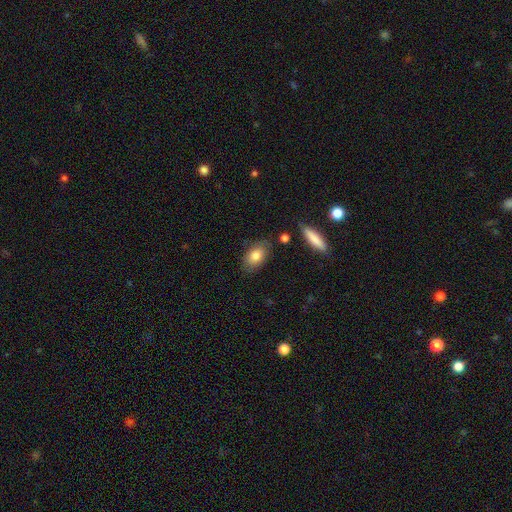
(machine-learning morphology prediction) Smooth or featured? Predicted: smooth (p=0.81). How rounded? Predicted: in between (p=0.90). Merging? Predicted: none (p=0.79).